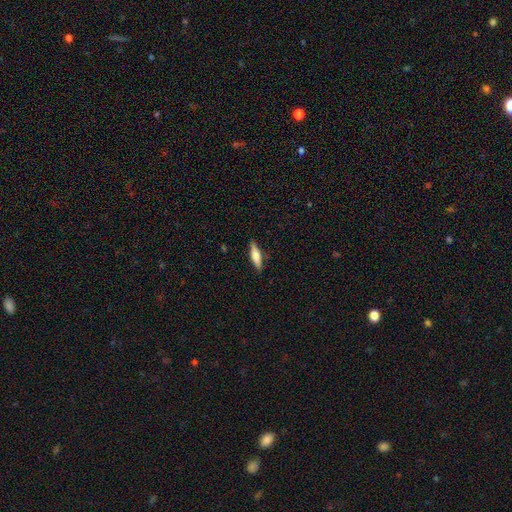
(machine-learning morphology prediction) smooth 55%, featured or disk 39%, star or artifact 6%. Down the decision tree: how rounded — cigar-shaped (70%); merging — none (88%).